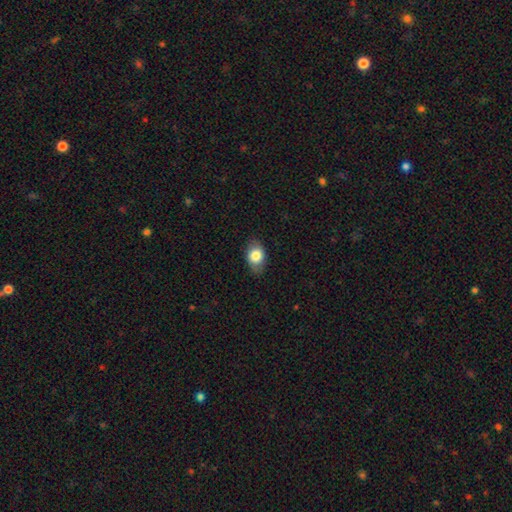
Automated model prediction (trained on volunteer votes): Smooth or featured? smooth (80%)
How rounded? in between (75%)
Merging? none (80%)